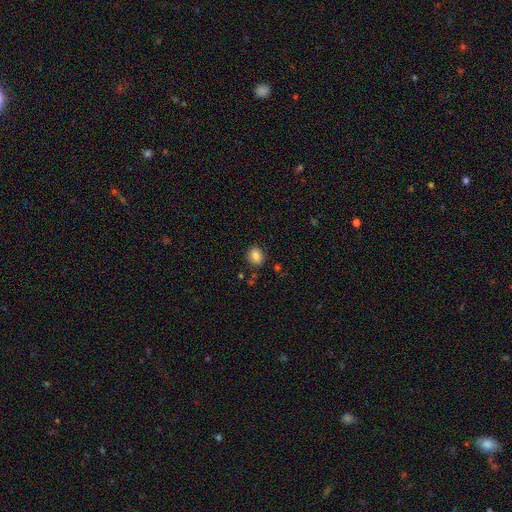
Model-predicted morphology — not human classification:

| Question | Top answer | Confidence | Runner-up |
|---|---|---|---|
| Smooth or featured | smooth | 84% | star or artifact (10%) |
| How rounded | round | 69% | in between (30%) |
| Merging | none | 85% | minor disturbance (10%) |